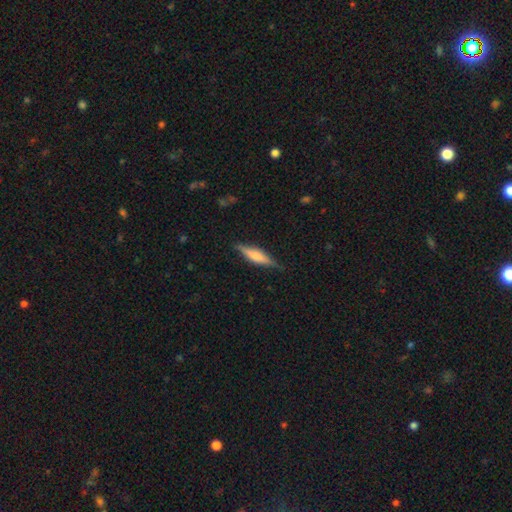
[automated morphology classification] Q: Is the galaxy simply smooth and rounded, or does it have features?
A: featured or disk — 51%.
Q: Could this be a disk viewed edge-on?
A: yes — 95%.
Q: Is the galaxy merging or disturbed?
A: none — 83%.